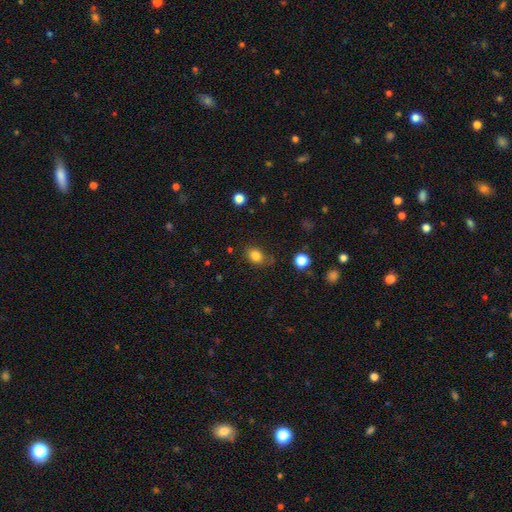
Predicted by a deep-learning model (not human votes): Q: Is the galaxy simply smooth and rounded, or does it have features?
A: smooth — 82%.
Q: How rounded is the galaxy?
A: in between — 59%.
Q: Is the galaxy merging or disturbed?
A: none — 68%.